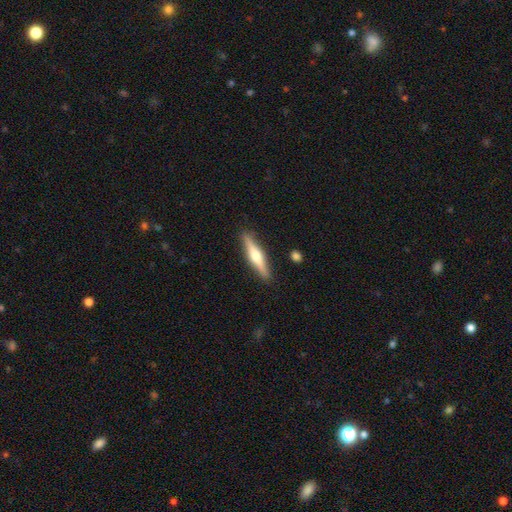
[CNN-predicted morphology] The model was most divided on "smooth or featured": featured or disk: 60%, smooth: 35%, star or artifact: 5%. More confident: edge-on disk — yes (97%); merging — none (90%); edge-on bulge — rounded (89%).